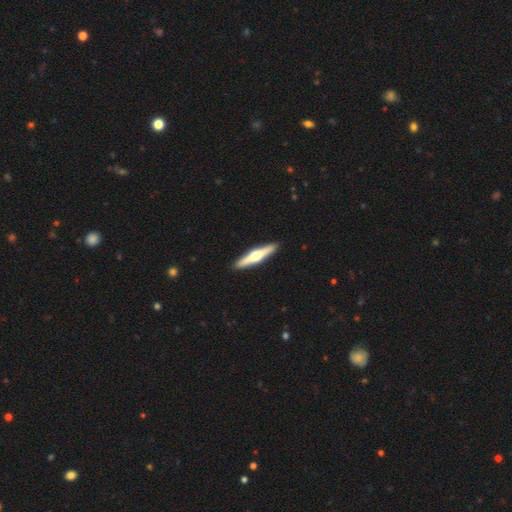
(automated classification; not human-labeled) The model was most divided on "smooth or featured": featured or disk: 66%, smooth: 30%, star or artifact: 5%. More confident: edge-on disk — yes (97%); edge-on bulge — rounded (94%); merging — none (92%).